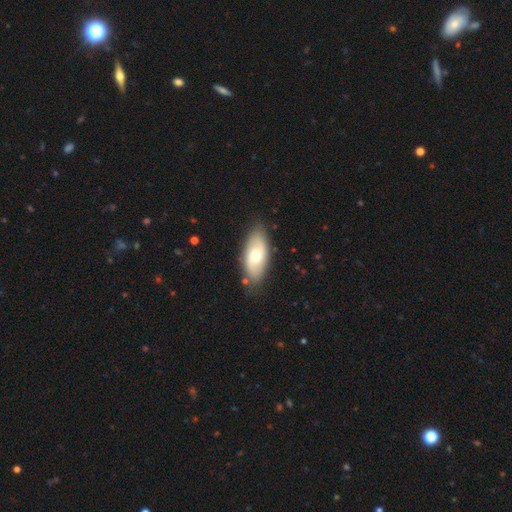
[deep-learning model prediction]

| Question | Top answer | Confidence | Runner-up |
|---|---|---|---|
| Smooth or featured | smooth | 61% | featured or disk (33%) |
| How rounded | in between | 89% | cigar-shaped (8%) |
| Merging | none | 81% | minor disturbance (14%) |